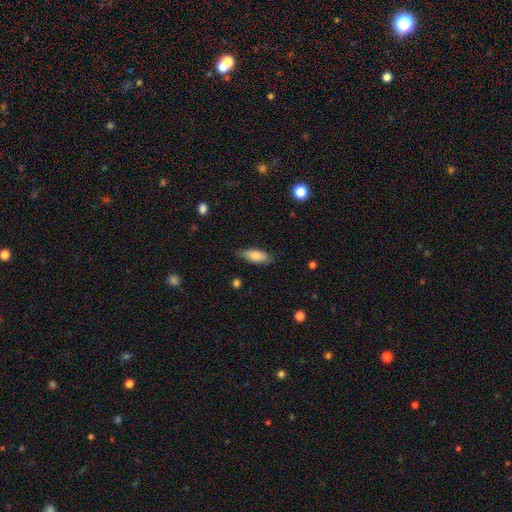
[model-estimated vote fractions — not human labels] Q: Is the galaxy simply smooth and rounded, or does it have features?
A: smooth — 79%.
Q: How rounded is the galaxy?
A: in between — 74%.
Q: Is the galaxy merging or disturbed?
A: none — 80%.